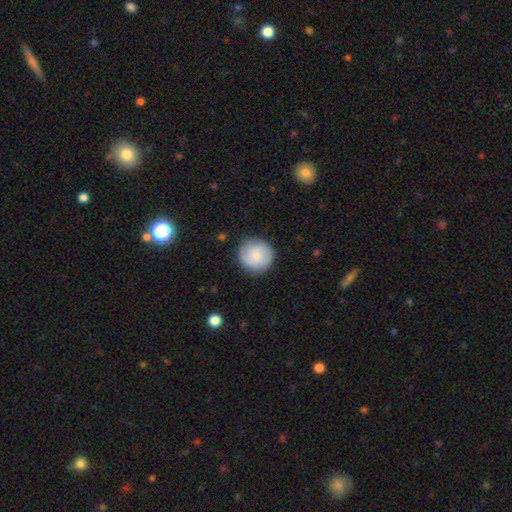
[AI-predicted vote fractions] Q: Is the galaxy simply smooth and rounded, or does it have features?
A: smooth — 69%.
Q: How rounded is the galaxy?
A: round — 92%.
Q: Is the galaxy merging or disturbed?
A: none — 86%.